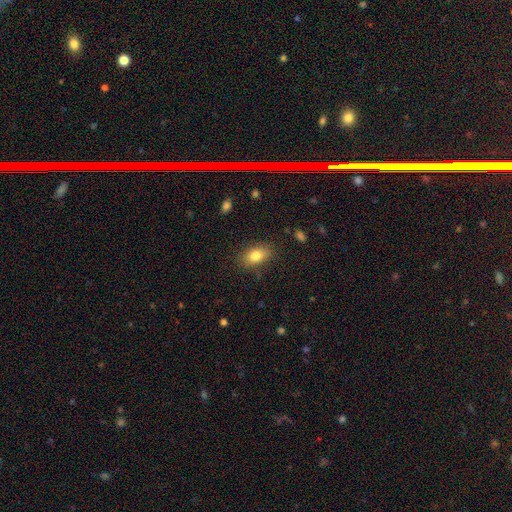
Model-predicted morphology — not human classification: smooth-or-featured: smooth: 81% | featured or disk: 10% | star or artifact: 9%
  how-rounded: in between: 86% | round: 11% | cigar-shaped: 3%
  merging: none: 83% | minor disturbance: 12% | major disturbance: 3% | merger: 1%